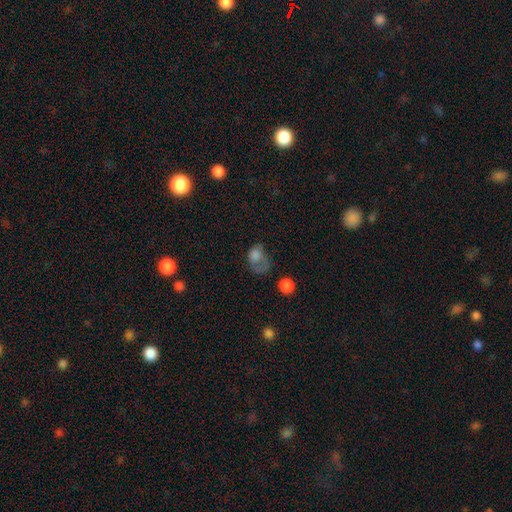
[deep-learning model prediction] Q: Smooth or featured?
A: smooth (68%); runner-up: featured or disk (20%)
Q: How rounded?
A: in between (63%); runner-up: round (36%)
Q: Merging?
A: major disturbance (47%); runner-up: none (24%)